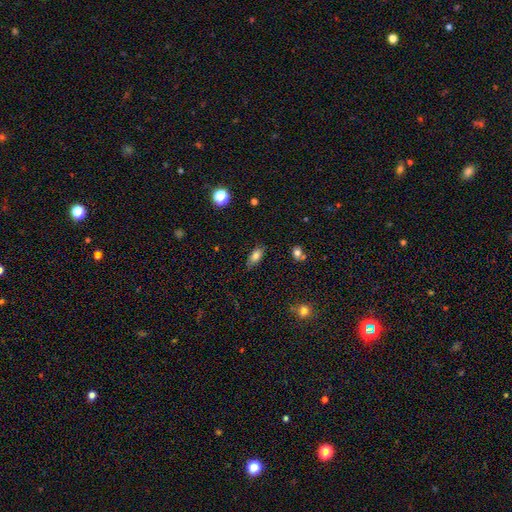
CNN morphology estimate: Overall: smooth (80%). How rounded: in between (84%). Merging: none (77%).